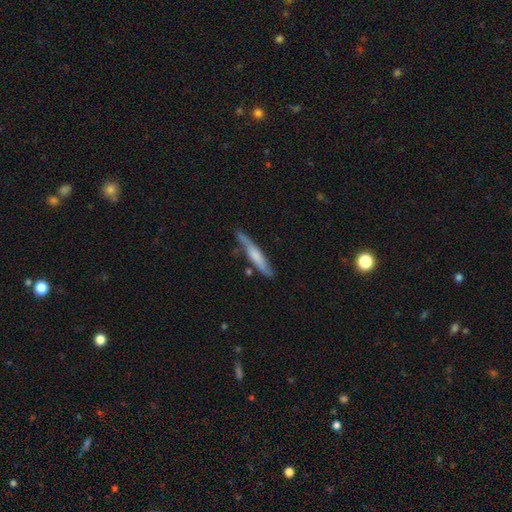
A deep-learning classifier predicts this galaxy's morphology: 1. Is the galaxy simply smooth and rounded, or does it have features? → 52% smooth, 43% featured or disk, 6% star or artifact.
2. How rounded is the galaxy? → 92% cigar-shaped, 7% in between, 2% round.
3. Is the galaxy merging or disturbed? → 68% none, 22% minor disturbance, 5% merger, 5% major disturbance.